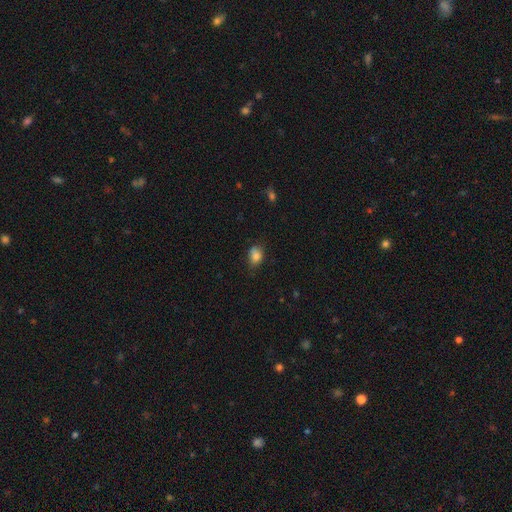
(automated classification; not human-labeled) smooth 83%, star or artifact 10%, featured or disk 7%. Down the decision tree: how rounded — in between (68%); merging — none (63%).